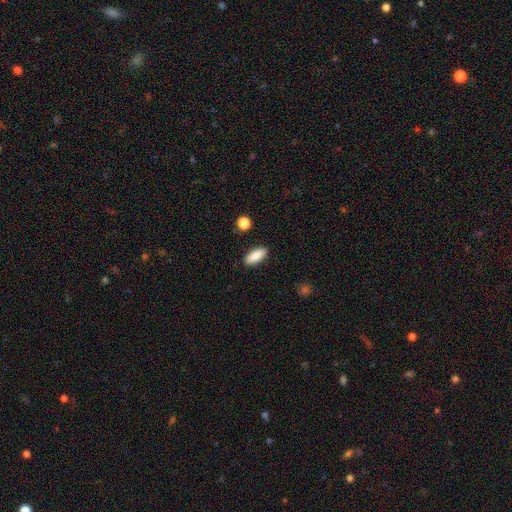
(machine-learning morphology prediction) Smooth or featured? smooth (87%)
How rounded? in between (75%)
Merging? none (88%)